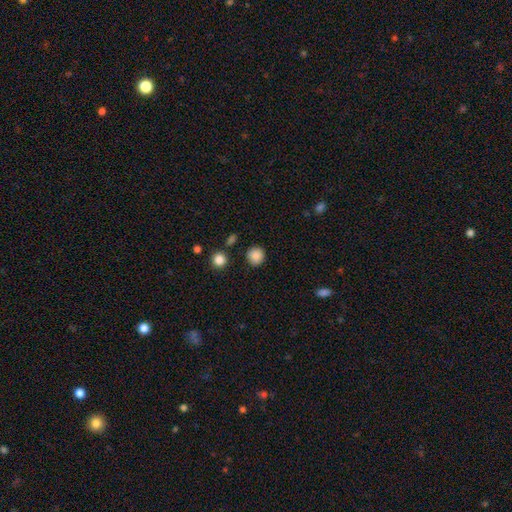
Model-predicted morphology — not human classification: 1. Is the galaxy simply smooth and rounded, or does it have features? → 87% smooth, 10% star or artifact, 3% featured or disk.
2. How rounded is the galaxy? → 91% round, 9% in between, 1% cigar-shaped.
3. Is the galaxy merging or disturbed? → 86% none, 9% minor disturbance, 3% major disturbance, 3% merger.